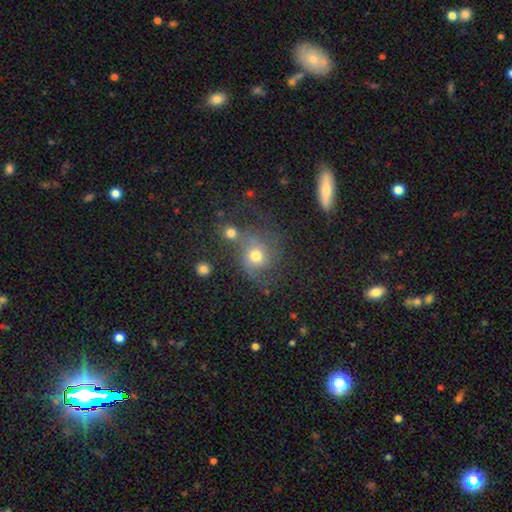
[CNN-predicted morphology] Smooth or featured: smooth — 58% (featured or disk — 24%)
How rounded: round — 77% (in between — 22%)
Merging: none — 44% (merger — 25%)